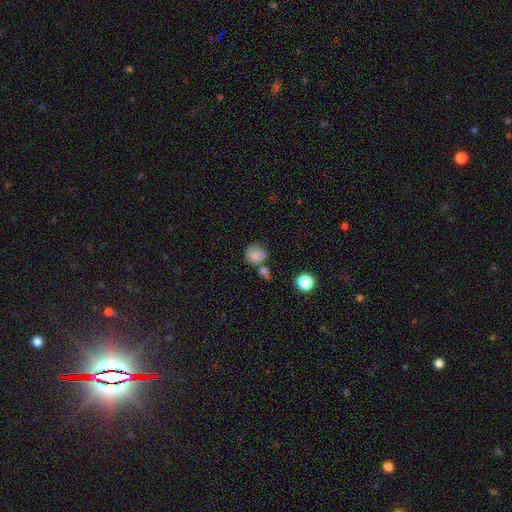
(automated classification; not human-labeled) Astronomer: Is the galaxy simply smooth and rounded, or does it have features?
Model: smooth — 75%.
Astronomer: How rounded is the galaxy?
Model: round — 74%.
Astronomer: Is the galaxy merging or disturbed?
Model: none — 43% (runner-up: minor disturbance, 25%).